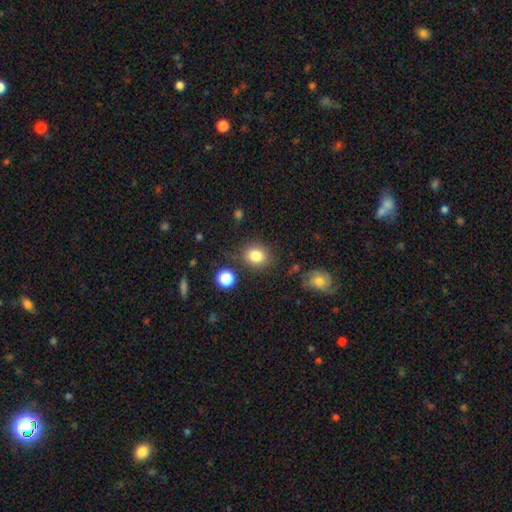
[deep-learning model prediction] Smooth or featured? smooth (83%)
How rounded? round (64%)
Merging? none (81%)